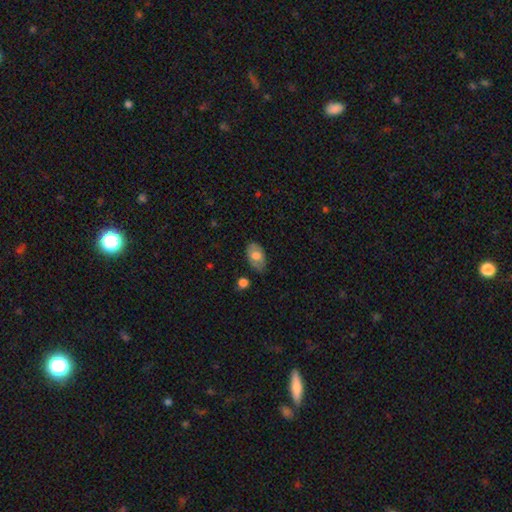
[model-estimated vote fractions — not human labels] smooth_or_featured: smooth (p=0.63) [alt: featured or disk p=0.30]
how_rounded: in between (p=0.92) [alt: round p=0.07]
merging: none (p=0.73) [alt: minor disturbance p=0.21]